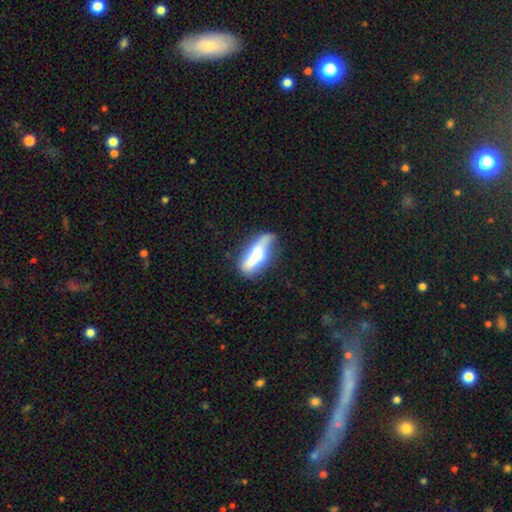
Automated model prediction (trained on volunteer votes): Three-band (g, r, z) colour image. It shows a smooth galaxy with no disk features (54%) that is cigar-shaped (50%). Merging: none (43%).